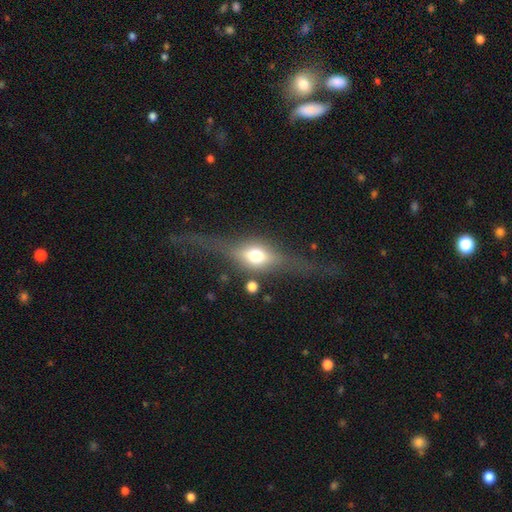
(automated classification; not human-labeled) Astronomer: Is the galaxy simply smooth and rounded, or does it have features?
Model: featured or disk — 67%.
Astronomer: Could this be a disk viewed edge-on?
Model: yes — 91%.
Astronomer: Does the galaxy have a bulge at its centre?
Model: rounded — 95%.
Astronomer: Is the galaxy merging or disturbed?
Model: none — 70%.